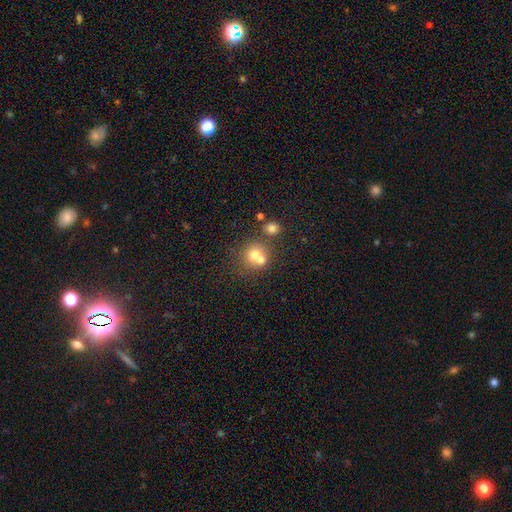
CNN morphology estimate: type=smooth (68%); roundness=round (84%); merging=merger (49%).